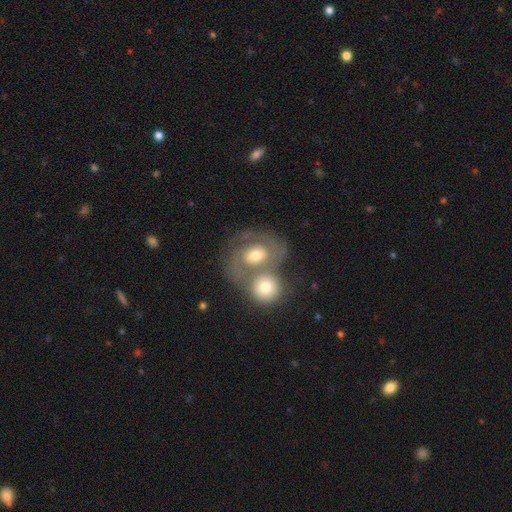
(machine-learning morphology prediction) Smooth or featured: featured or disk — 67% (smooth — 26%)
Edge-on disk: no — 97% (yes — 3%)
Bar: no — 63% (weak — 28%)
Spiral arms: yes — 75% (no — 25%)
Bulge size: moderate — 65% (small — 17%)
Merging: merger — 54% (none — 29%)